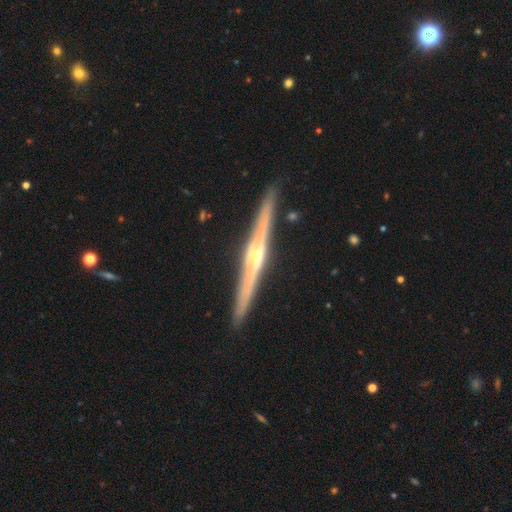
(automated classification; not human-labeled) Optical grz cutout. It shows a featured or disk galaxy (86%) viewed edge-on (98%) with a rounded central bulge (83%). Merging: none (91%).